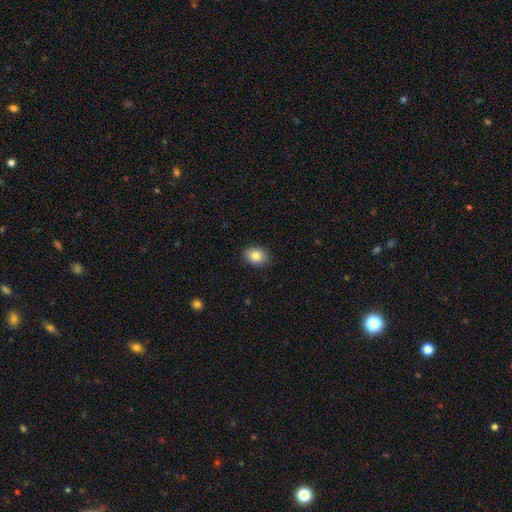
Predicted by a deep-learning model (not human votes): smooth_or_featured: smooth (p=0.84) [alt: star or artifact p=0.09]
how_rounded: in between (p=0.68) [alt: round p=0.31]
merging: none (p=0.89) [alt: minor disturbance p=0.08]